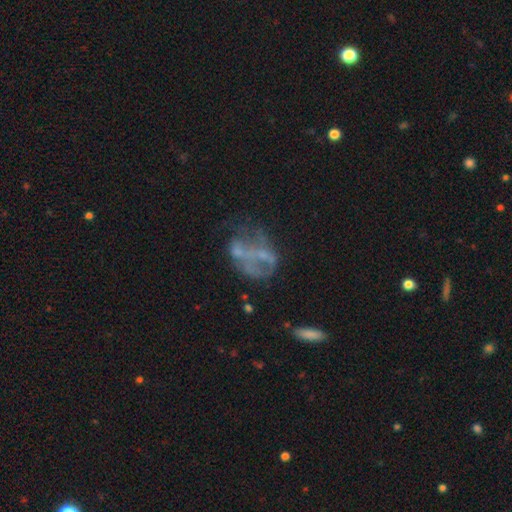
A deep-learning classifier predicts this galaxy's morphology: This is possibly a featured or disk galaxy (59%). It is clearly not viewed edge-on (97%). Bar: likely no (78%). Spiral arm pattern: clearly no (84%). Central bulge: possibly none (59%). Merging: marginally none (34%).